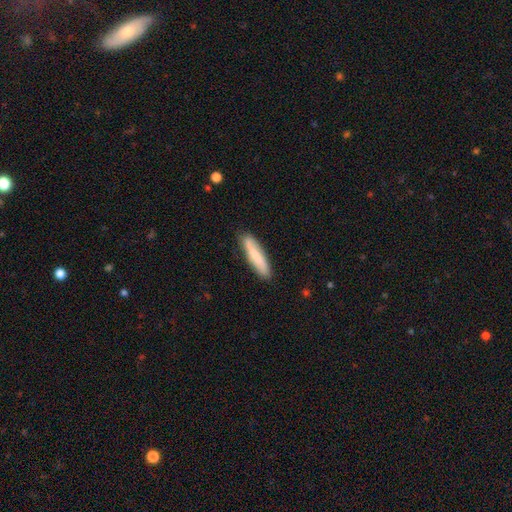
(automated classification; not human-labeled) Smooth or featured: smooth — 73% (featured or disk — 21%)
How rounded: cigar-shaped — 82% (in between — 17%)
Merging: none — 84% (minor disturbance — 12%)